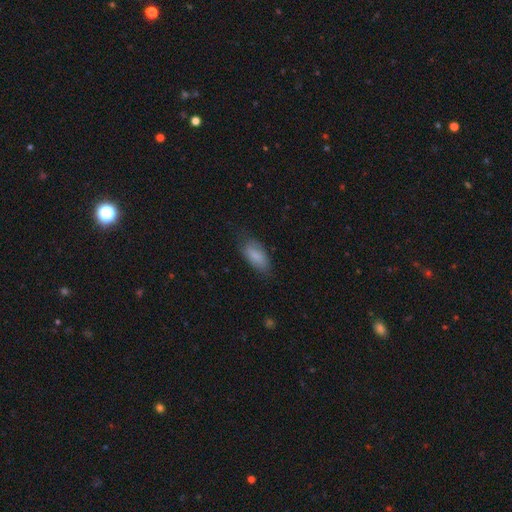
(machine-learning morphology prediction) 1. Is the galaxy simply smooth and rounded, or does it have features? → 83% smooth, 11% featured or disk, 6% star or artifact.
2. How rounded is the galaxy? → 89% in between, 8% cigar-shaped, 3% round.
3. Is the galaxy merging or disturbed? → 68% none, 24% minor disturbance, 7% major disturbance, 1% merger.